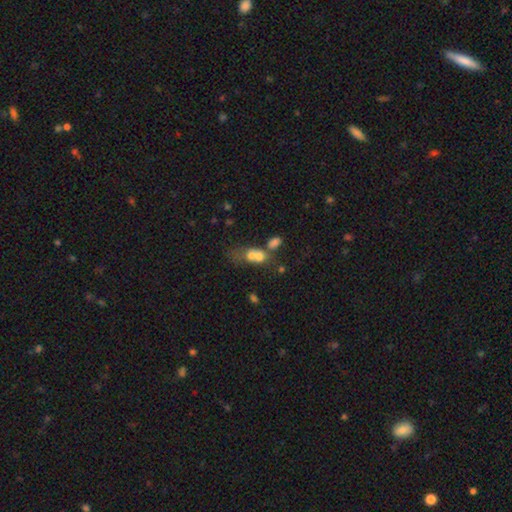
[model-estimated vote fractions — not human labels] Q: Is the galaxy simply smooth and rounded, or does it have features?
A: smooth — 63%.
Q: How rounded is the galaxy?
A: in between — 48%, tied with round.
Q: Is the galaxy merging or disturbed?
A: merger — 67%.